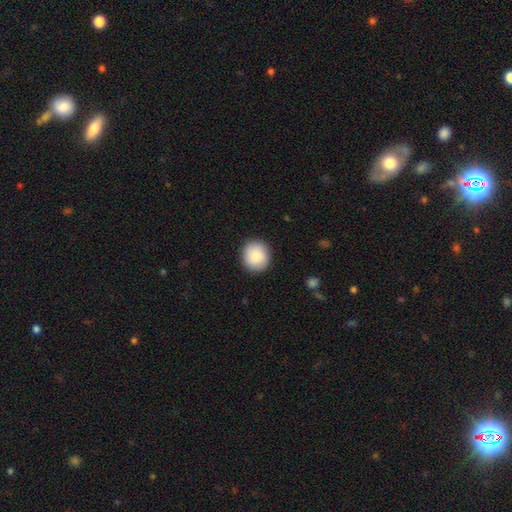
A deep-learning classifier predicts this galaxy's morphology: Smooth or featured: smooth — 88% (star or artifact — 6%)
How rounded: round — 87% (in between — 12%)
Merging: none — 90% (minor disturbance — 7%)